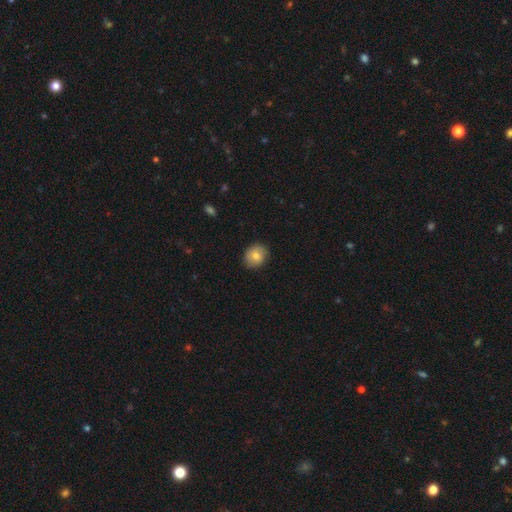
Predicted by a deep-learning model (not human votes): smooth_or_featured: smooth (p=0.80) [alt: featured or disk p=0.12]
how_rounded: round (p=0.73) [alt: in between p=0.26]
merging: none (p=0.85) [alt: minor disturbance p=0.11]